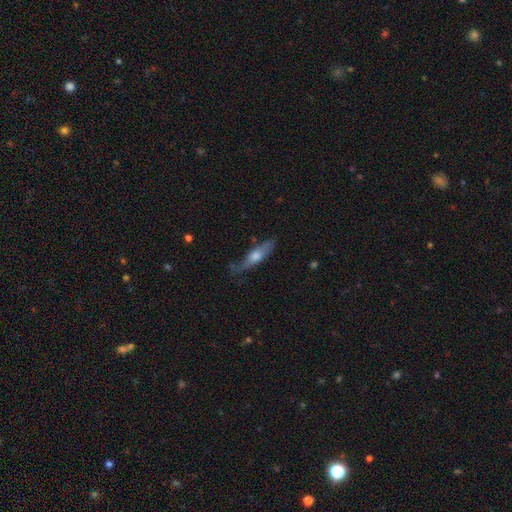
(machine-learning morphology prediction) smooth-or-featured: featured or disk: 53% | smooth: 41% | star or artifact: 6%
  disk-edge-on: yes: 82% | no: 18%
  merging: none: 69% | minor disturbance: 22% | major disturbance: 7% | merger: 3%